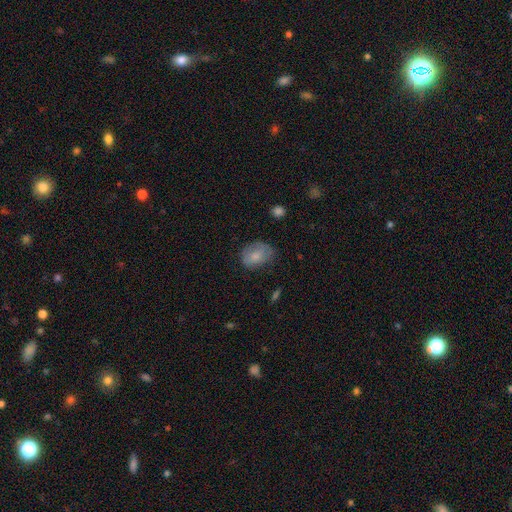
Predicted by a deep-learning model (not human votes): The model was most divided on "merging": none: 59%, minor disturbance: 30%, major disturbance: 9%, merger: 2%. More confident: smooth or featured — smooth (76%); how rounded — in between (66%).